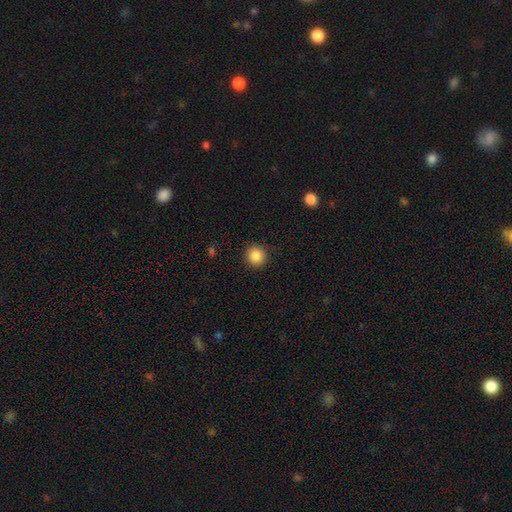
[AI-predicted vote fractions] smooth_or_featured: smooth (p=0.87) [alt: star or artifact p=0.10]
how_rounded: round (p=0.94) [alt: in between p=0.05]
merging: none (p=0.90) [alt: minor disturbance p=0.07]